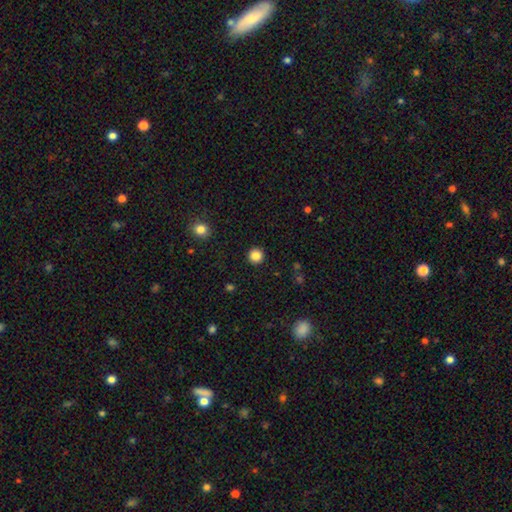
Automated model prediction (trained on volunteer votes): This appears to be a smooth galaxy with no disk features (85%) that is round (95%). Merging: none (93%).